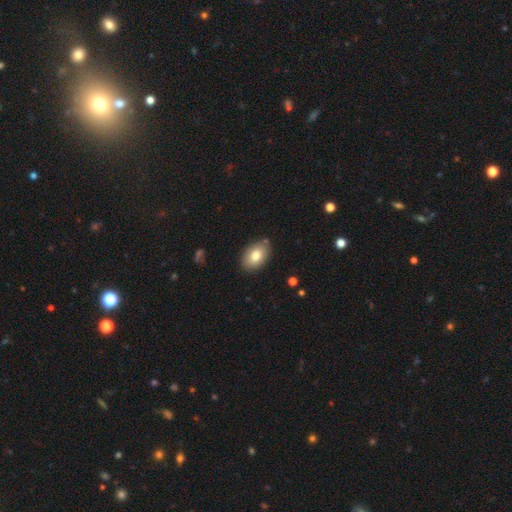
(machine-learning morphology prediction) This appears to be a smooth galaxy with no disk features (80%) that is in between round and cigar-shaped (88%). Merging: none (83%).